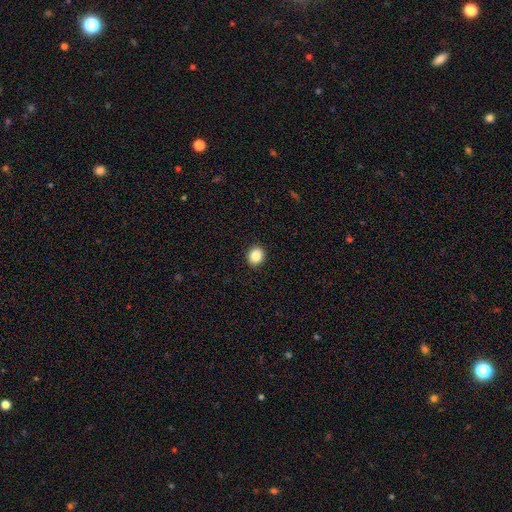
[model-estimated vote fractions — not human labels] This is clearly a smooth galaxy (87%). How rounded: likely round (69%). Merging: clearly none (92%).